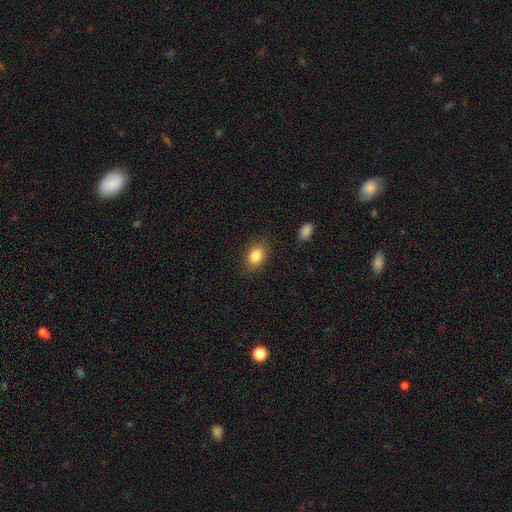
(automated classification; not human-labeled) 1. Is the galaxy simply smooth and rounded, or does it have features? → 85% smooth, 9% star or artifact, 6% featured or disk.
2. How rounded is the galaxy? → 79% in between, 19% round, 1% cigar-shaped.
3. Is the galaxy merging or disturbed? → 85% none, 10% minor disturbance, 3% major disturbance, 1% merger.